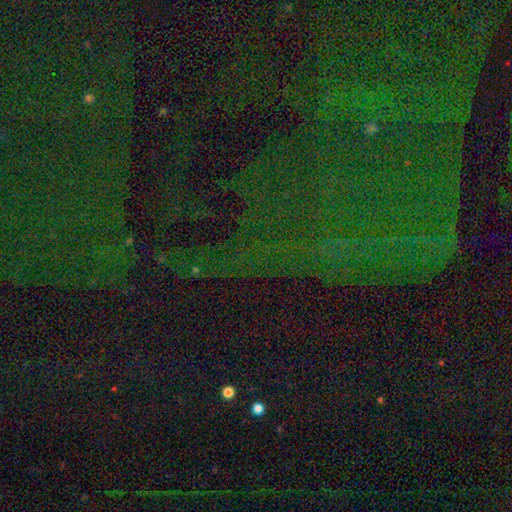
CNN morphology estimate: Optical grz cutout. It shows a star or artifact, not a galaxy (84%).